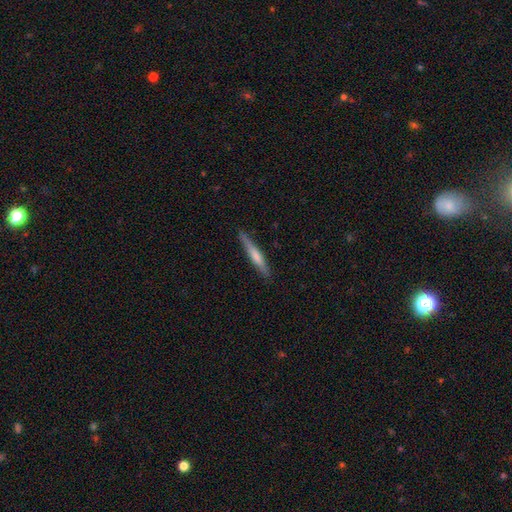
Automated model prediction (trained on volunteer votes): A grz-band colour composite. It shows a smooth galaxy with no disk features (49%). Merging: none (87%).